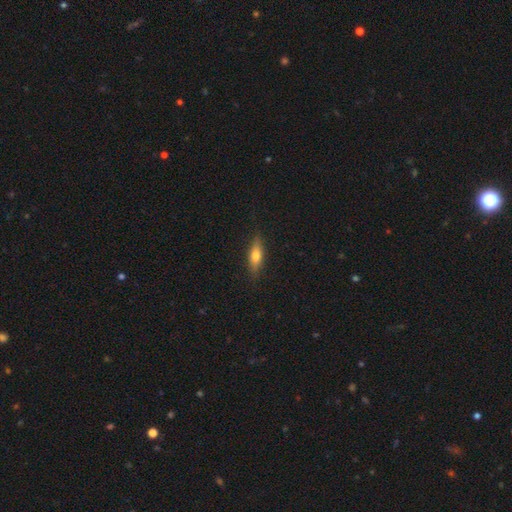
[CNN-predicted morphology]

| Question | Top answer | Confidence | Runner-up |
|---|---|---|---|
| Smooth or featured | smooth | 65% | featured or disk (28%) |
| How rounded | in between | 51% | cigar-shaped (46%) |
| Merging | none | 84% | minor disturbance (12%) |